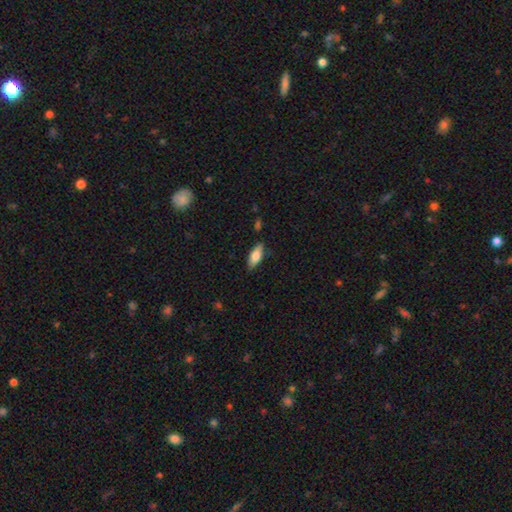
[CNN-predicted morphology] Smooth or featured?
  - smooth: 74% *
  - featured or disk: 19%
  - star or artifact: 6%
How rounded?
  - in between: 76% *
  - cigar-shaped: 22%
  - round: 2%
Merging?
  - none: 81% *
  - minor disturbance: 15%
  - major disturbance: 3%
  - merger: 2%